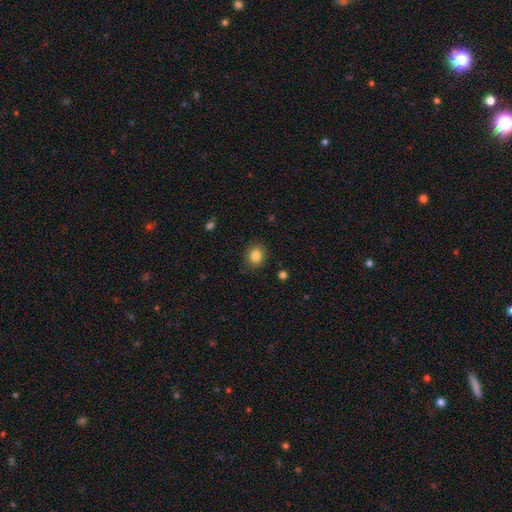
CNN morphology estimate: Smooth or featured?
  - smooth: 85% *
  - star or artifact: 10%
  - featured or disk: 5%
How rounded?
  - round: 63% *
  - in between: 36%
  - cigar-shaped: 1%
Merging?
  - none: 86% *
  - minor disturbance: 10%
  - major disturbance: 3%
  - merger: 1%